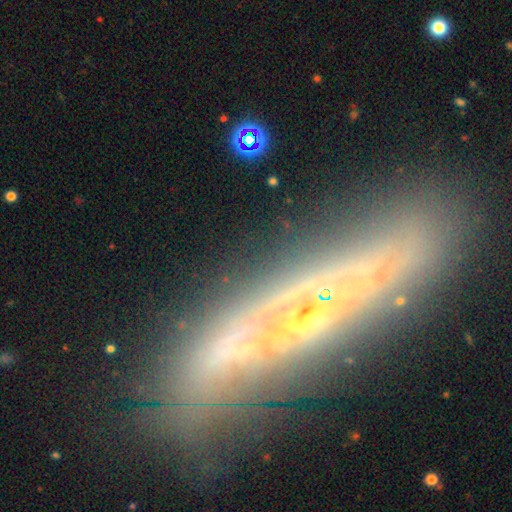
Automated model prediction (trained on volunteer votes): The model was most divided on "edge-on disk": yes: 63%, no: 37%. More confident: merging — none (77%); smooth or featured — featured or disk (69%).